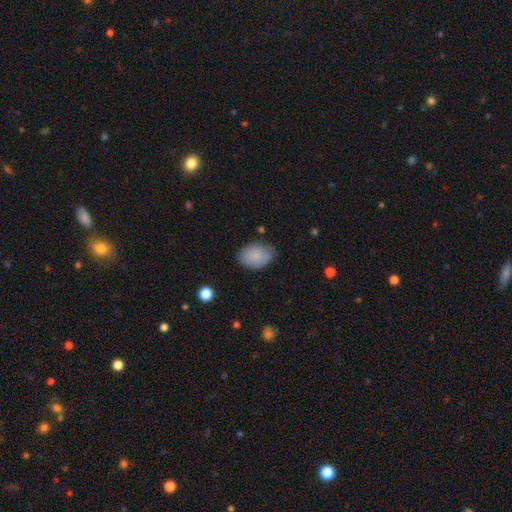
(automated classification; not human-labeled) Smooth or featured? Predicted: smooth (p=0.84). How rounded? Predicted: in between (p=0.80). Merging? Predicted: none (p=0.69).